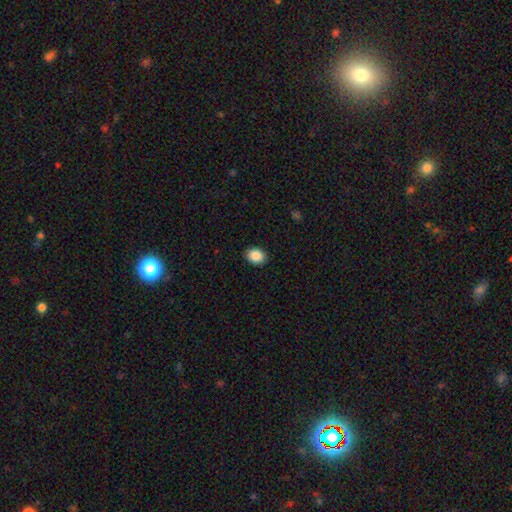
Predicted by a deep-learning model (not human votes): The model was most divided on "how rounded": in between: 61%, round: 38%, cigar-shaped: 1%. More confident: merging — none (90%); smooth or featured — smooth (88%).